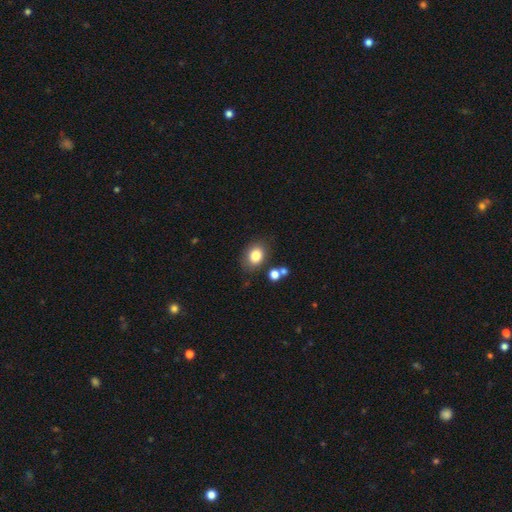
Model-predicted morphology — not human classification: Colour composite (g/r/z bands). It shows a smooth galaxy with no disk features (82%) that is in between round and cigar-shaped (56%). Merging: none (77%).